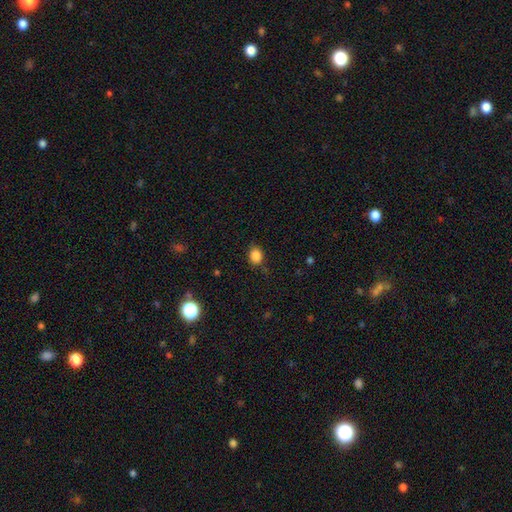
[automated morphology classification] This appears to be a smooth galaxy with no disk features (85%) that is round (53%). Merging: none (75%).